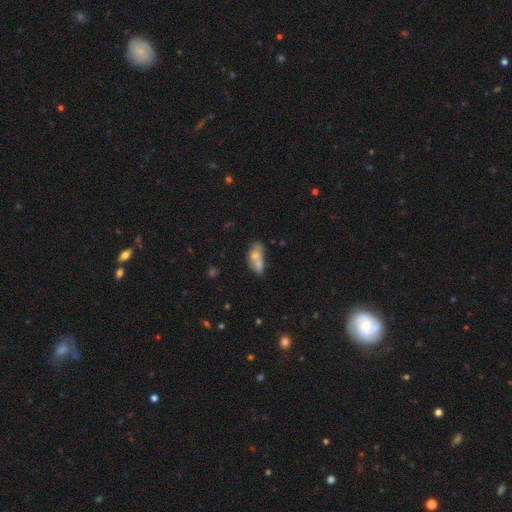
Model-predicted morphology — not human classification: This appears to be a smooth galaxy with no disk features (62%) that is in between round and cigar-shaped (80%). Merging: merger (55%).